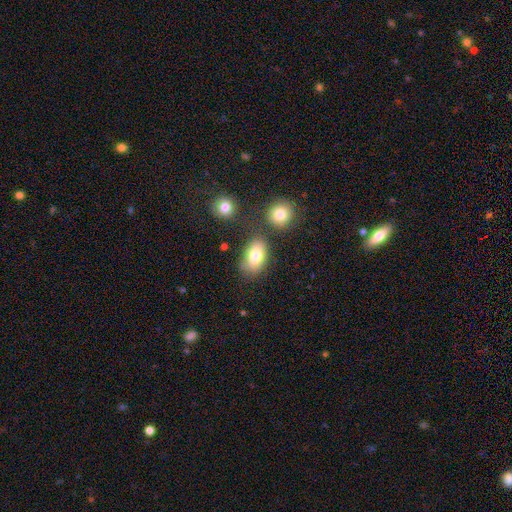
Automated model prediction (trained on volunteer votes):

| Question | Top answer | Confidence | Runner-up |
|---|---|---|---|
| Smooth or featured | smooth | 79% | featured or disk (12%) |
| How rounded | in between | 85% | round (13%) |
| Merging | none | 68% | minor disturbance (16%) |